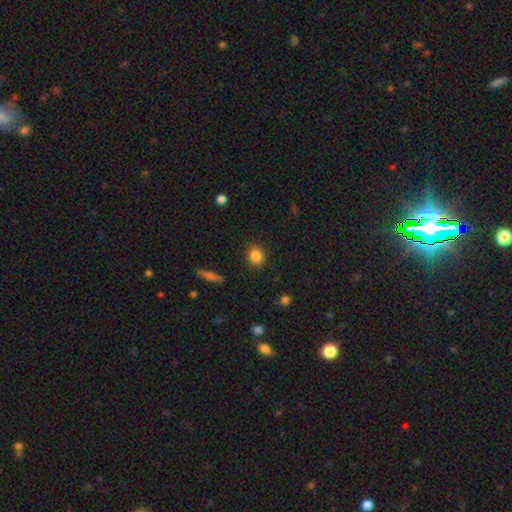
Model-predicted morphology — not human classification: smooth 84%, star or artifact 10%, featured or disk 6%. Down the decision tree: how rounded — round (72%); merging — none (88%).